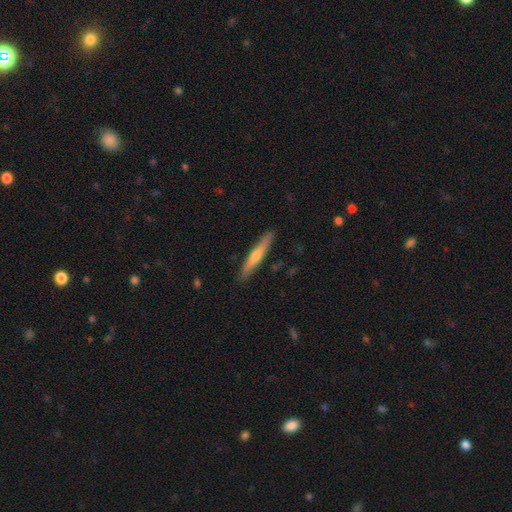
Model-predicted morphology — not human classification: Q: Smooth or featured?
A: featured or disk (51%); runner-up: smooth (43%)
Q: Edge-on disk?
A: yes (94%); runner-up: no (6%)
Q: Merging?
A: none (90%); runner-up: minor disturbance (7%)